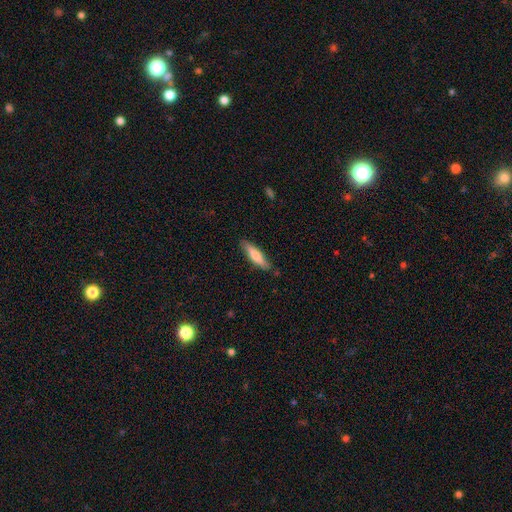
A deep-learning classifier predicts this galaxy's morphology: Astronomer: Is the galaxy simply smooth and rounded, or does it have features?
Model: smooth — 68%.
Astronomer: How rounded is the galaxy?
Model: cigar-shaped — 74%.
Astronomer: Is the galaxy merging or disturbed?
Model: none — 84%.